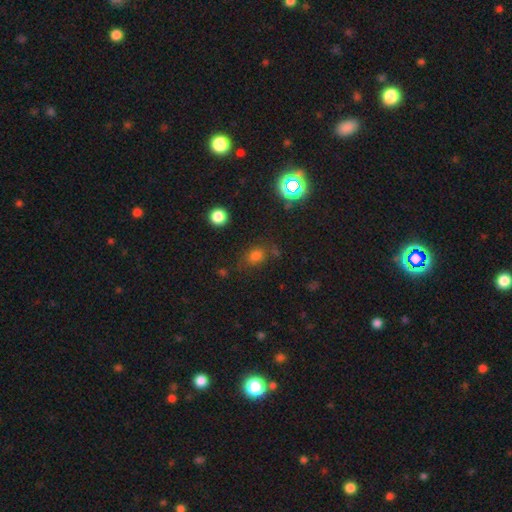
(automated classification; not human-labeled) Smooth or featured? smooth (70%)
How rounded? in between (52%)
Merging? none (69%)